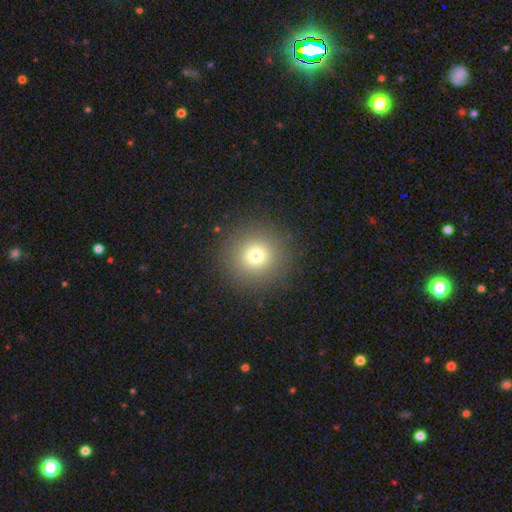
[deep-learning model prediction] This appears to be a smooth galaxy with no disk features (75%) that is round (95%). Merging: none (90%).